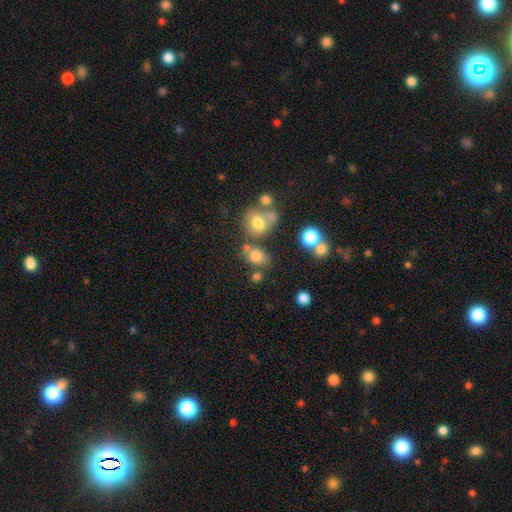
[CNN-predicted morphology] type=smooth (74%); roundness=in between (56%); merging=none (53%).